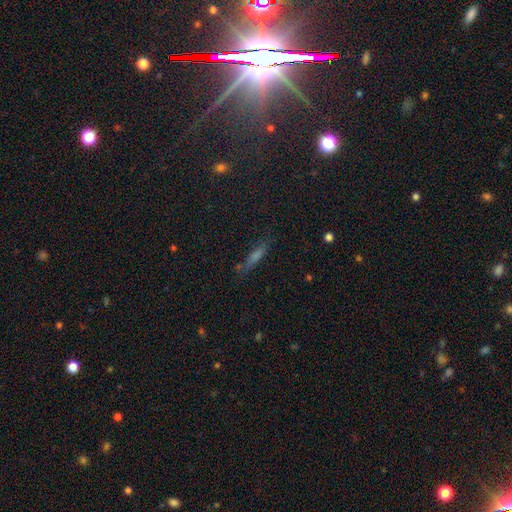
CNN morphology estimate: smooth-or-featured: smooth: 45% | featured or disk: 30% | star or artifact: 25%
  merging: none: 76% | minor disturbance: 15% | major disturbance: 5% | merger: 3%